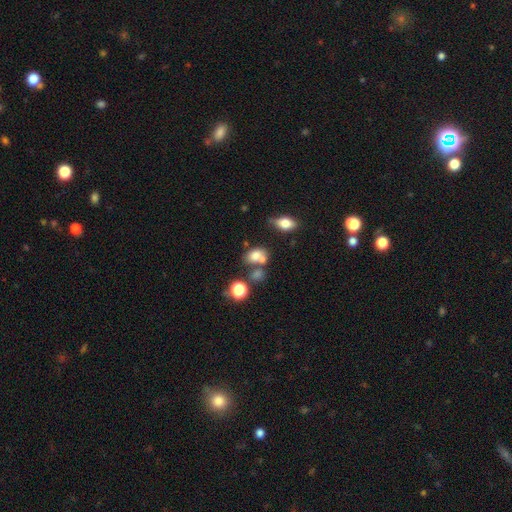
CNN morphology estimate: A smooth galaxy with no disk features (72%) that is in between round and cigar-shaped (65%). Merging: none (41%).